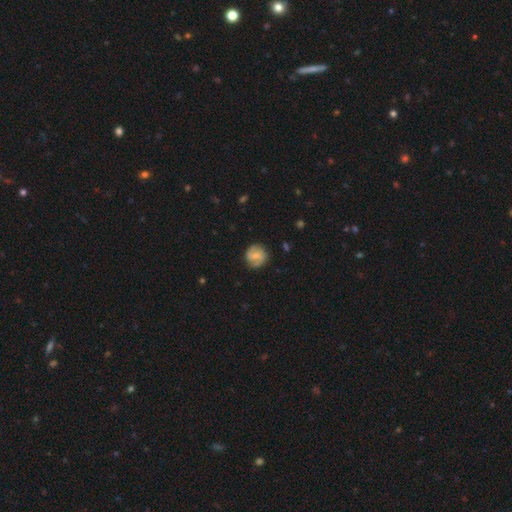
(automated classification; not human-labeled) This is likely a featured or disk galaxy (62%). It is clearly not viewed edge-on (98%). Bar: possibly weak (53%). Spiral arm pattern: clearly yes (90%). Spiral arm count: clearly 2 (84%). Spiral winding: possibly medium (47%). Central bulge: possibly small (52%). Merging: clearly none (81%).